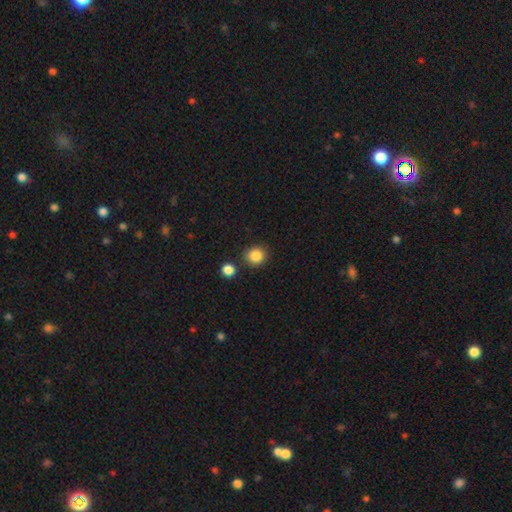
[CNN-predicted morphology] Q: Smooth or featured?
A: smooth (86%); runner-up: star or artifact (10%)
Q: How rounded?
A: round (85%); runner-up: in between (14%)
Q: Merging?
A: none (83%); runner-up: minor disturbance (9%)